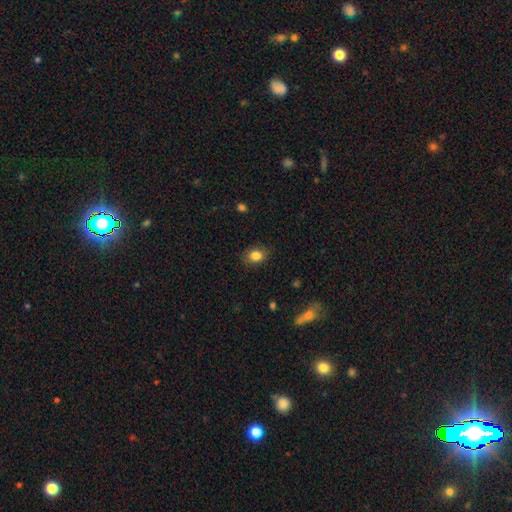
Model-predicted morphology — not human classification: This appears to be a smooth galaxy with no disk features (84%) that is in between round and cigar-shaped (63%). Merging: none (85%).